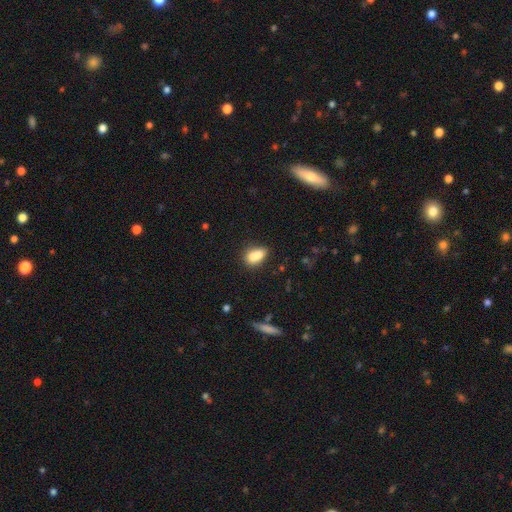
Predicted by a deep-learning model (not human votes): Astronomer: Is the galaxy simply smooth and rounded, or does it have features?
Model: smooth — 77%.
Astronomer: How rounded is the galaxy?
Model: in between — 76%.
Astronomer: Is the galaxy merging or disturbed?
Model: merger — 40% (runner-up: none, 39%).